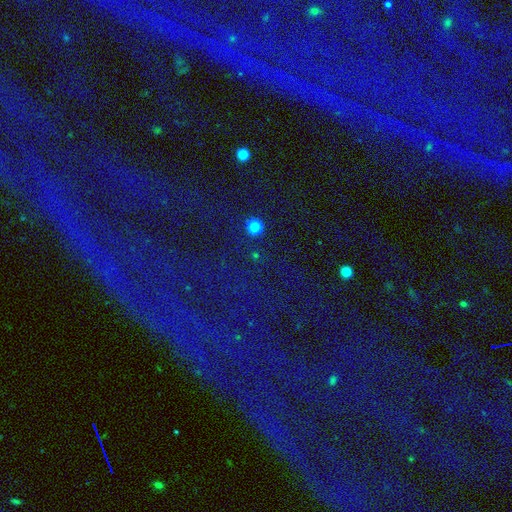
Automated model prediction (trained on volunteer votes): Overall: star or artifact (53%; smooth 40%).